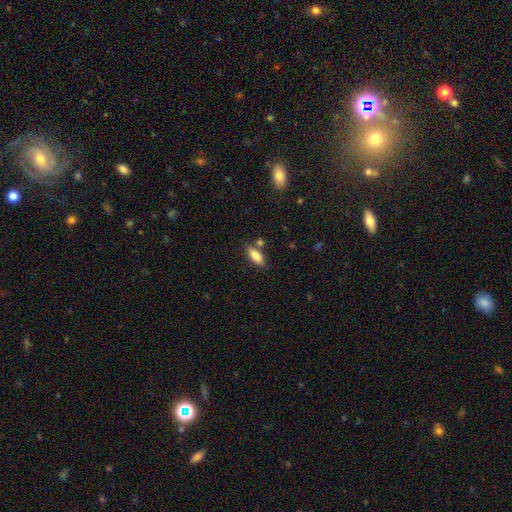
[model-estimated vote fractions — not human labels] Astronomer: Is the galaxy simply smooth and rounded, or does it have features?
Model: smooth — 82%.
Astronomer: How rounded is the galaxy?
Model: in between — 76%.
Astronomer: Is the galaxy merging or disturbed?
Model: none — 76%.